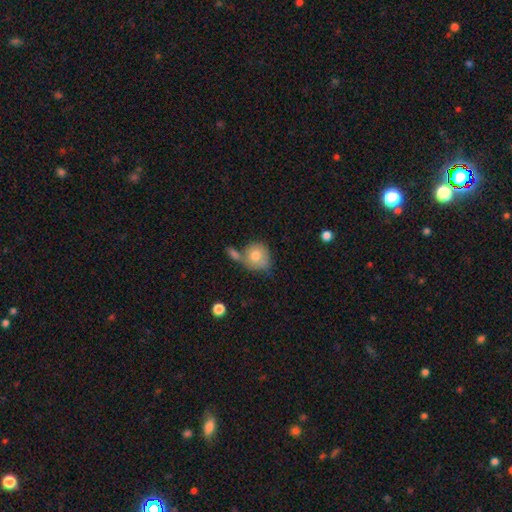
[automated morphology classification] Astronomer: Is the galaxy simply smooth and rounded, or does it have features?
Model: smooth — 76%.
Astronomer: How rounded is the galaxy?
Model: round — 79%.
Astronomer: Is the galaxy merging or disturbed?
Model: none — 42% (runner-up: merger, 34%).